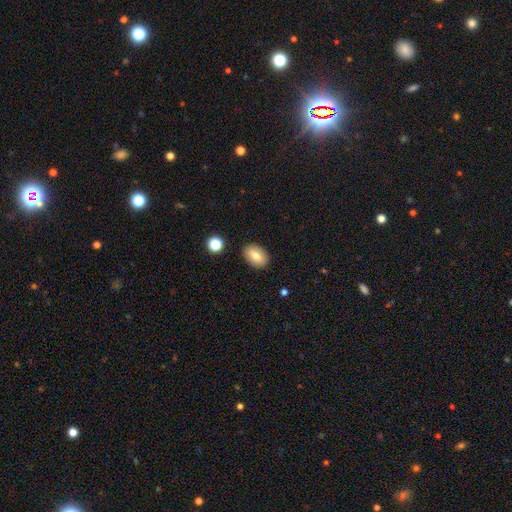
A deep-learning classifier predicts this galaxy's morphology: type=smooth (78%); roundness=in between (85%); merging=none (87%).